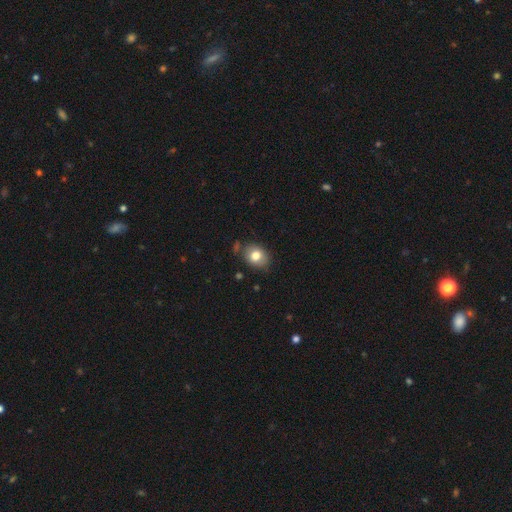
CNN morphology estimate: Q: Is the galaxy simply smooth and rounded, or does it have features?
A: smooth — 78%.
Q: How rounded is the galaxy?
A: in between — 51%.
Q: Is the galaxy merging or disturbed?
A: none — 76%.